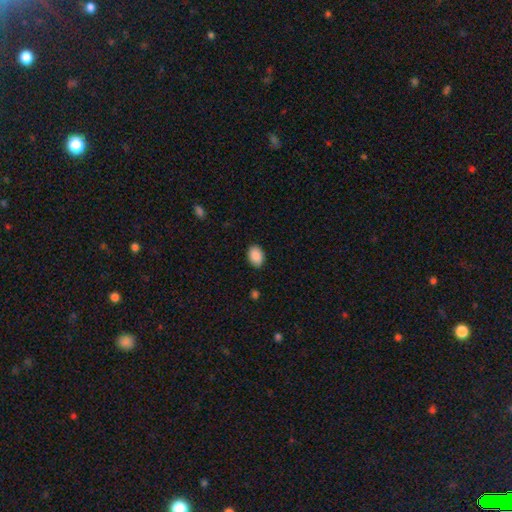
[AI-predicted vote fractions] Q: Smooth or featured?
A: smooth (90%); runner-up: star or artifact (7%)
Q: How rounded?
A: in between (81%); runner-up: round (18%)
Q: Merging?
A: none (87%); runner-up: minor disturbance (10%)